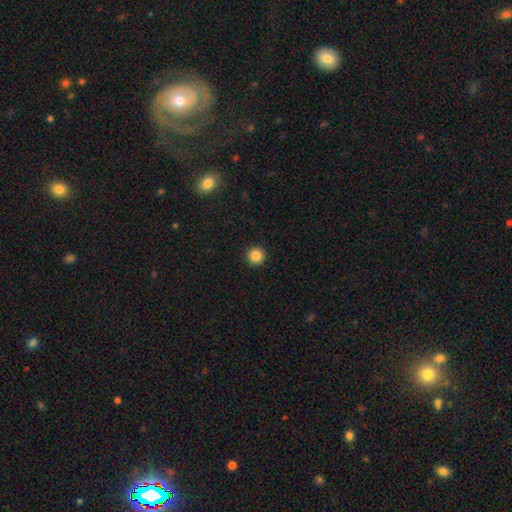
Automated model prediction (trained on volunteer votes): smooth-or-featured: smooth: 86% | star or artifact: 10% | featured or disk: 4%
  how-rounded: round: 96% | in between: 3% | cigar-shaped: 1%
  merging: none: 94% | minor disturbance: 4% | major disturbance: 1% | merger: 1%